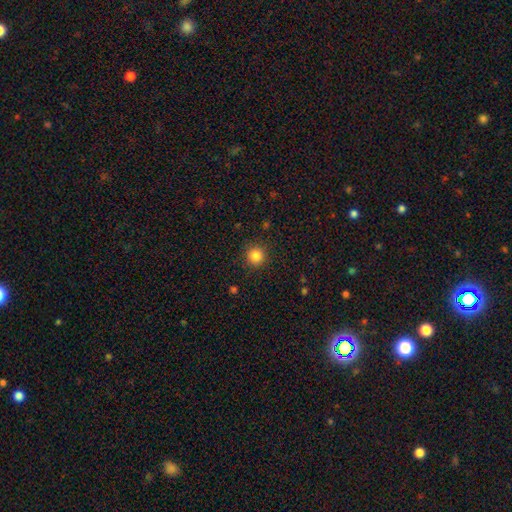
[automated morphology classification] The model was most divided on "smooth or featured": smooth: 85%, star or artifact: 11%, featured or disk: 4%. More confident: how rounded — round (94%); merging — none (90%).